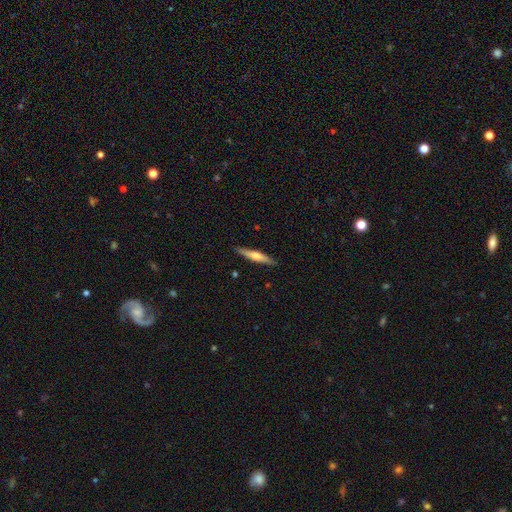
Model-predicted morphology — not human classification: Smooth or featured? featured or disk (49%)
Merging? none (89%)